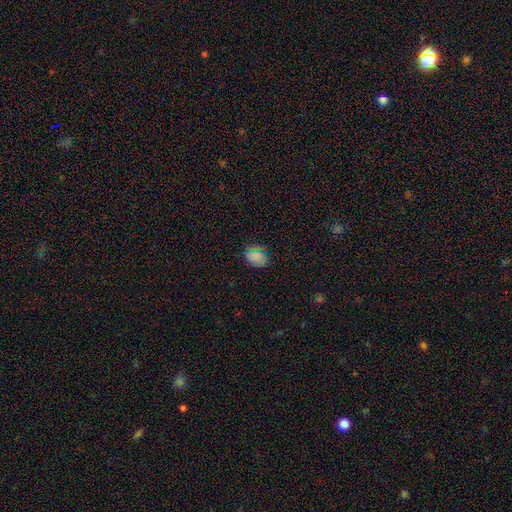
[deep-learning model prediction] Smooth or featured?
  - smooth: 80% *
  - star or artifact: 14%
  - featured or disk: 6%
How rounded?
  - in between: 63% *
  - round: 36%
  - cigar-shaped: 1%
Merging?
  - none: 74% *
  - minor disturbance: 20%
  - major disturbance: 4%
  - merger: 1%